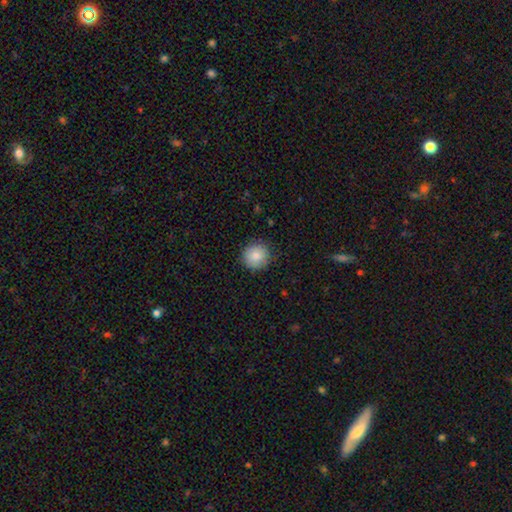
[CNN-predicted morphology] Smooth or featured: smooth — 85% (star or artifact — 8%)
How rounded: round — 93% (in between — 6%)
Merging: none — 88% (minor disturbance — 9%)